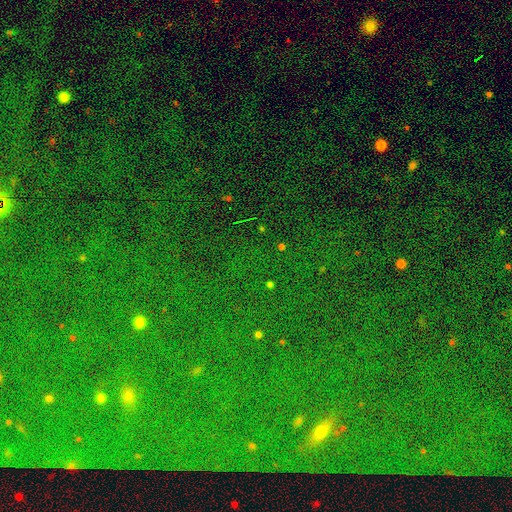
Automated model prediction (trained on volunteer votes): Overall: star or artifact (81%).